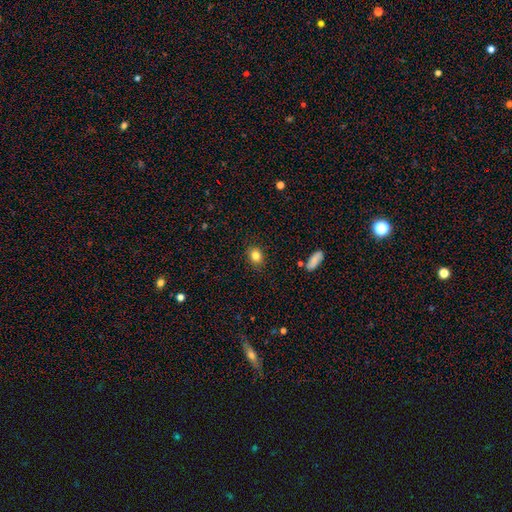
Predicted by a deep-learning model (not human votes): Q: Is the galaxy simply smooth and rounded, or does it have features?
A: smooth — 83%.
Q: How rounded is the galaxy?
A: round — 57%.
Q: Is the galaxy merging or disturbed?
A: none — 87%.